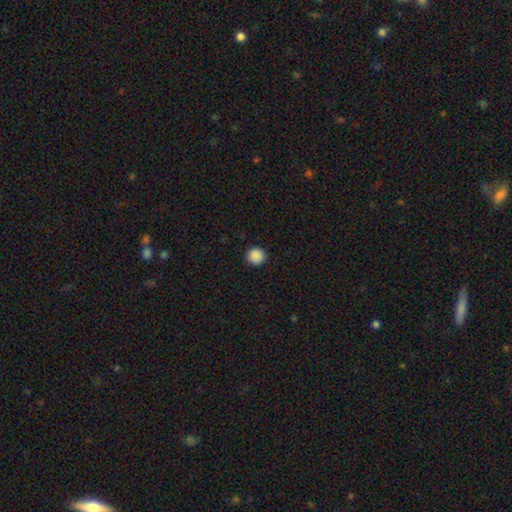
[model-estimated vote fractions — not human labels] Overall: smooth (89%). How rounded: round (95%). Merging: none (93%).